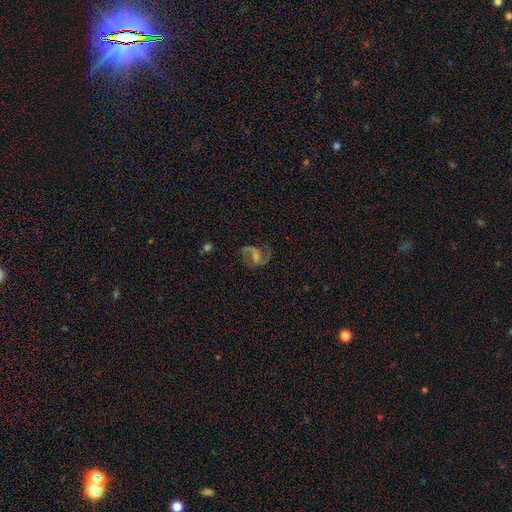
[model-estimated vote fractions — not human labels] Smooth or featured? featured or disk (87%)
Edge-on disk? no (98%)
Bar? weak (47%)
Spiral arms? yes (97%)
Spiral winding? medium (58%)
Spiral arm count? 2 (92%)
Bulge size? small (45%)
Merging? none (79%)